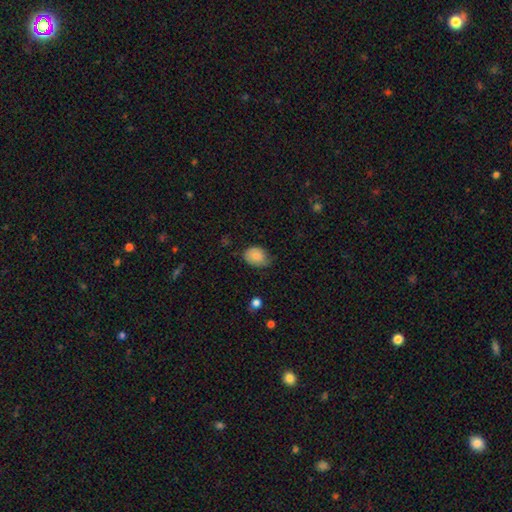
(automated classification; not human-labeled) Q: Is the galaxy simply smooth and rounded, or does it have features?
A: smooth — 85%.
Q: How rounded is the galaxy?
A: in between — 59%.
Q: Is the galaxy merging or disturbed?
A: none — 57%.